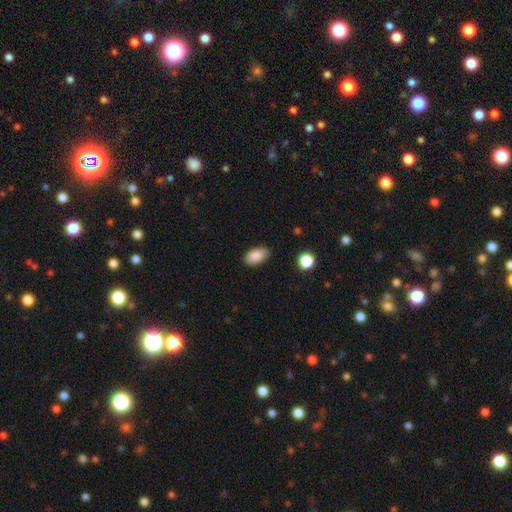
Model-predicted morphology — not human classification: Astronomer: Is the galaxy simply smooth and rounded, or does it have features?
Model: smooth — 88%.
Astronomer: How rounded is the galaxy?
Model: in between — 93%.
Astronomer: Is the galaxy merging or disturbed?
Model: none — 83%.